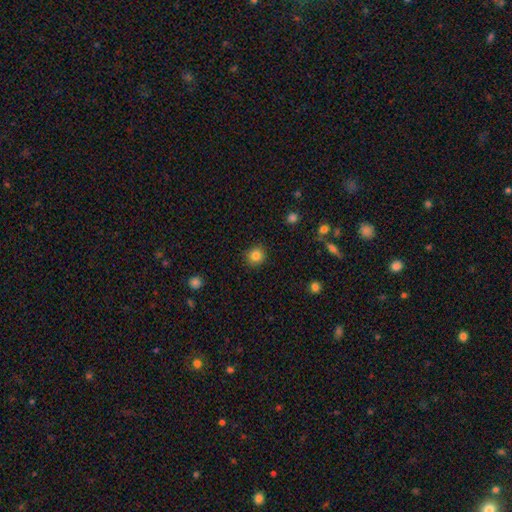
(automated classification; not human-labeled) This is clearly a smooth galaxy (84%). How rounded: clearly round (89%). Merging: clearly none (90%).